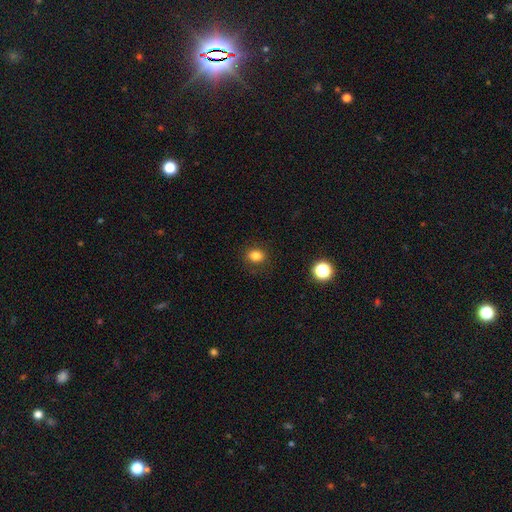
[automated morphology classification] A smooth galaxy with no disk features (82%) that is round (56%). Merging: none (85%).